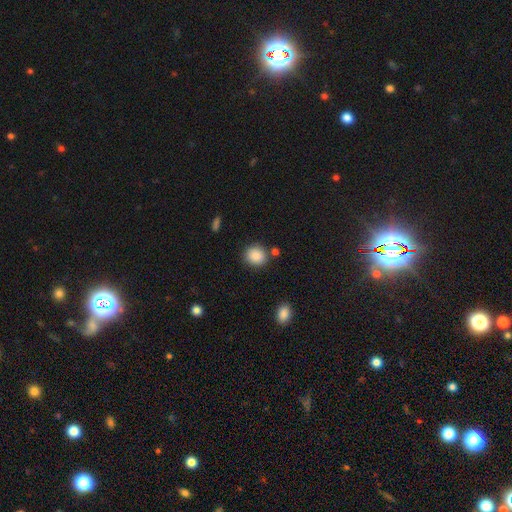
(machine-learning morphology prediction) smooth 88%, star or artifact 8%, featured or disk 4%. Down the decision tree: how rounded — round (78%); merging — none (81%).